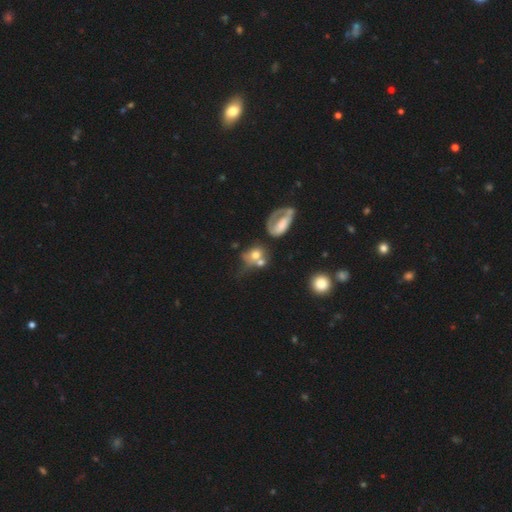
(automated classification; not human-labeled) A smooth galaxy with no disk features (56%) that is round (61%). Merging: merger (39%).